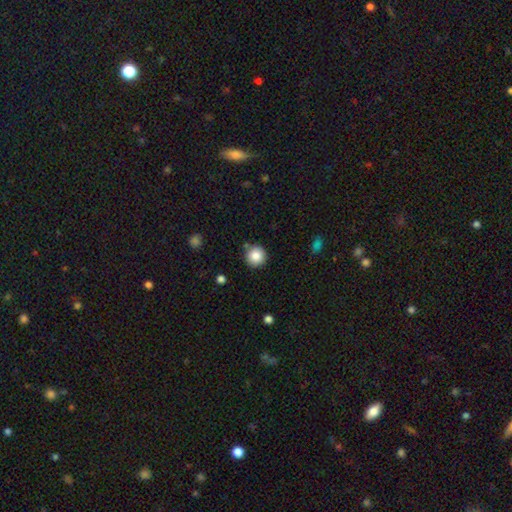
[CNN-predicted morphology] This is clearly a smooth galaxy (85%). How rounded: clearly round (95%). Merging: clearly none (86%).